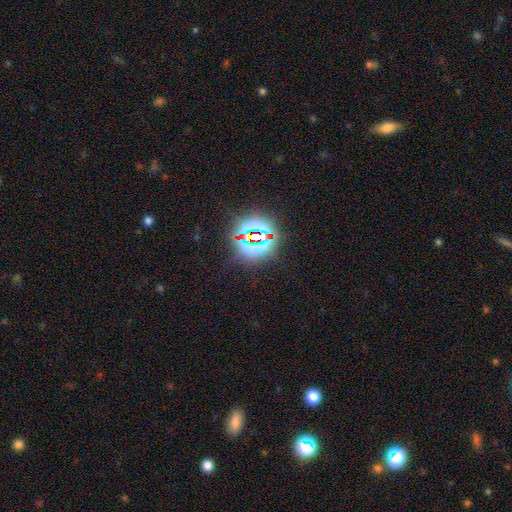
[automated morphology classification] Smooth or featured? star or artifact (78%)